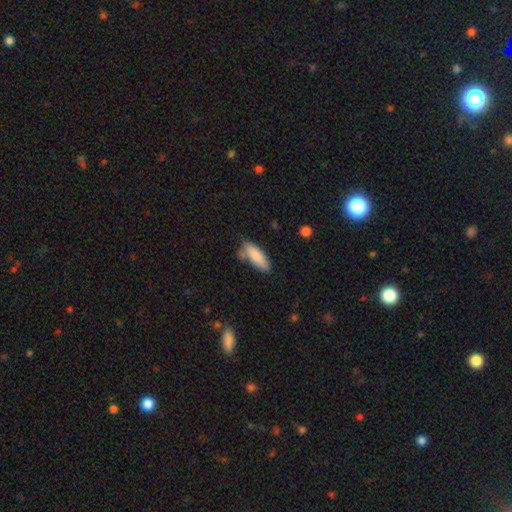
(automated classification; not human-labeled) A smooth galaxy with no disk features (85%) that is in between round and cigar-shaped (63%). Merging: none (62%).